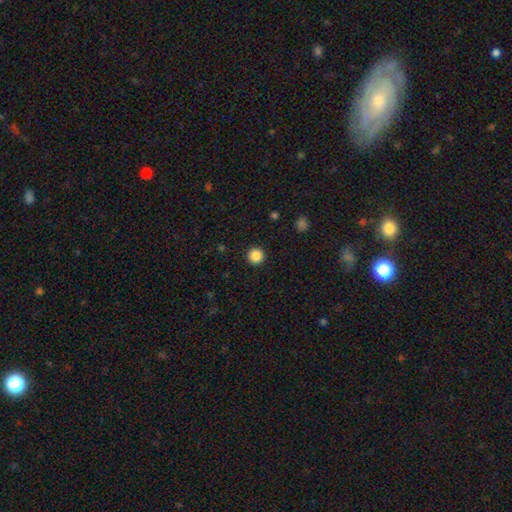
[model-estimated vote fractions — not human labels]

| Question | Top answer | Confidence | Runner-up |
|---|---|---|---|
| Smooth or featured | smooth | 87% | star or artifact (10%) |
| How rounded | round | 96% | in between (3%) |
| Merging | none | 93% | minor disturbance (4%) |